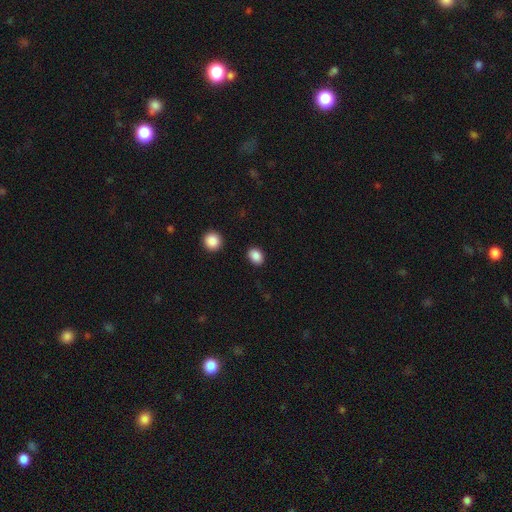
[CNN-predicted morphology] Smooth or featured?
  - smooth: 87% *
  - star or artifact: 10%
  - featured or disk: 3%
How rounded?
  - in between: 57% *
  - round: 42%
  - cigar-shaped: 1%
Merging?
  - none: 87% *
  - minor disturbance: 8%
  - major disturbance: 3%
  - merger: 2%